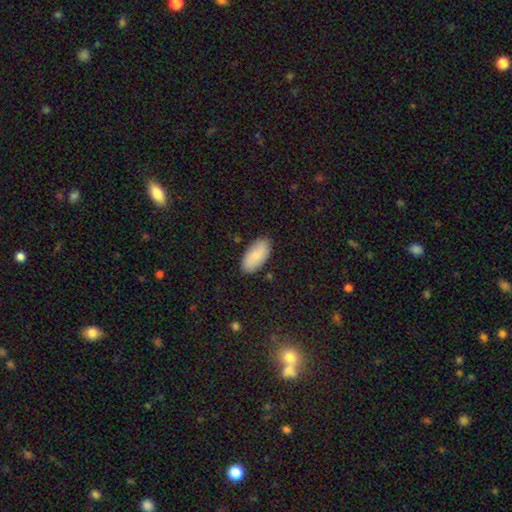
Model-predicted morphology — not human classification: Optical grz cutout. It shows a smooth galaxy with no disk features (80%) that is in between round and cigar-shaped (93%). Merging: none (86%).